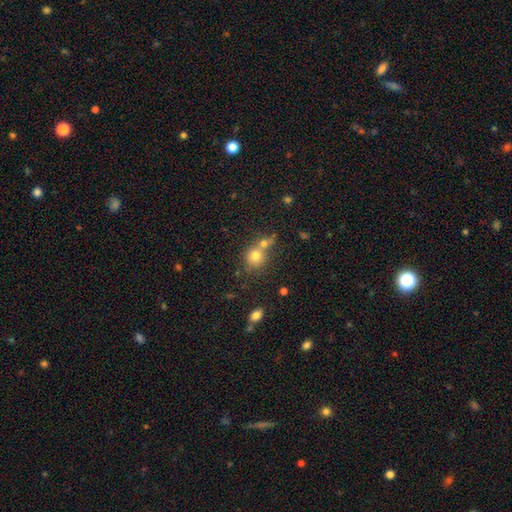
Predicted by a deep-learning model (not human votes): smooth_or_featured: smooth (p=0.76) [alt: star or artifact p=0.13]
how_rounded: round (p=0.83) [alt: in between p=0.16]
merging: none (p=0.47) [alt: merger p=0.40]